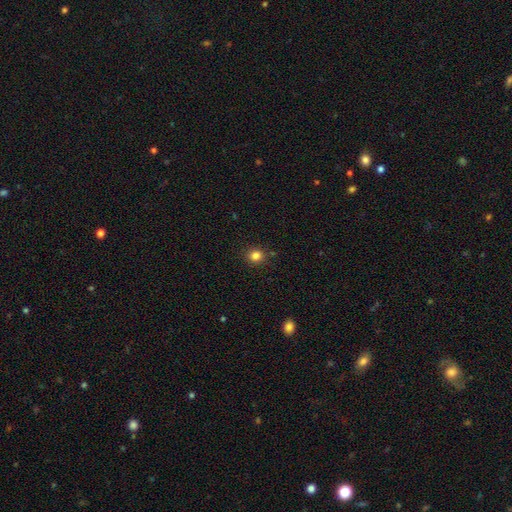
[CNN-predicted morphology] type=smooth (83%); roundness=round (83%); merging=none (87%).